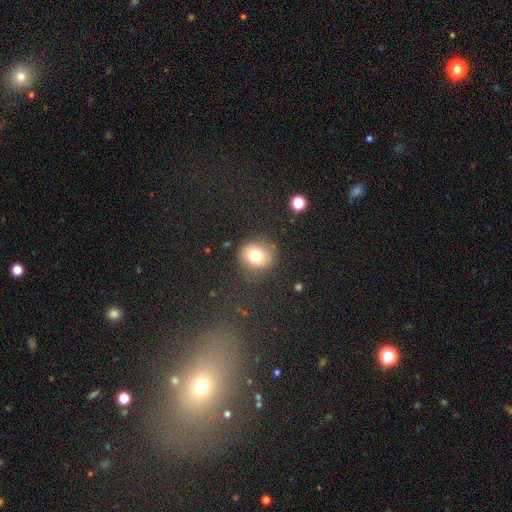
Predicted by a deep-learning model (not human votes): Smooth or featured? smooth (76%)
How rounded? round (76%)
Merging? none (81%)